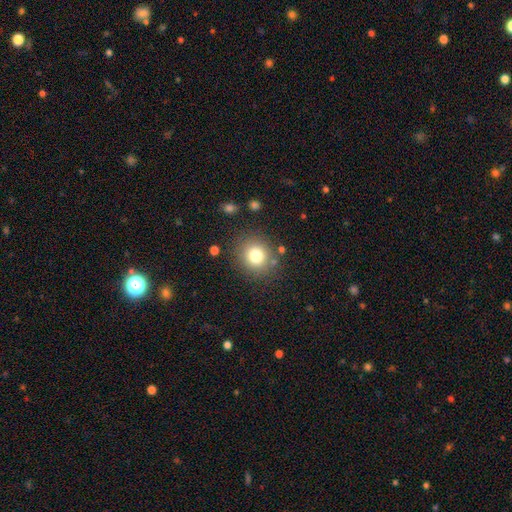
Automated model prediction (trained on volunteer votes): Smooth or featured?
  - smooth: 79% *
  - star or artifact: 12%
  - featured or disk: 9%
How rounded?
  - round: 84% *
  - in between: 15%
  - cigar-shaped: 1%
Merging?
  - none: 83% *
  - minor disturbance: 10%
  - major disturbance: 4%
  - merger: 3%